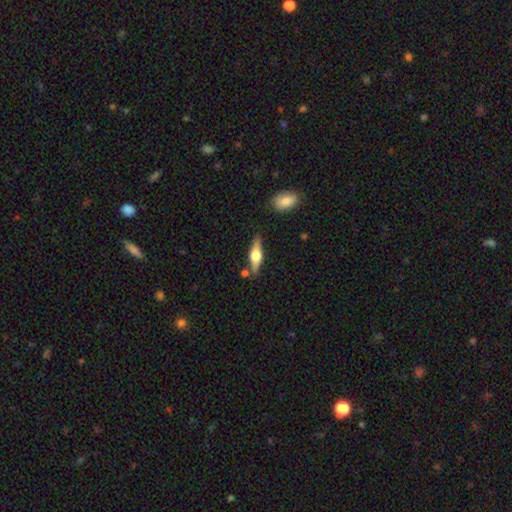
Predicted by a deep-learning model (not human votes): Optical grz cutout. It shows a featured or disk galaxy (60%) viewed edge-on (94%) with a rounded central bulge (92%). Merging: none (80%).